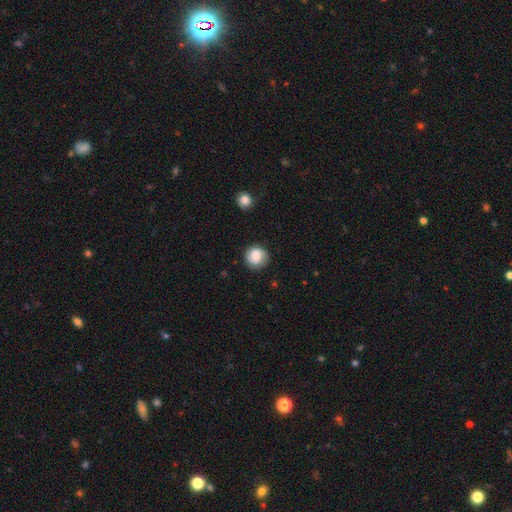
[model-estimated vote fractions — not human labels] A smooth galaxy with no disk features (75%) that is round (91%). Merging: none (83%).